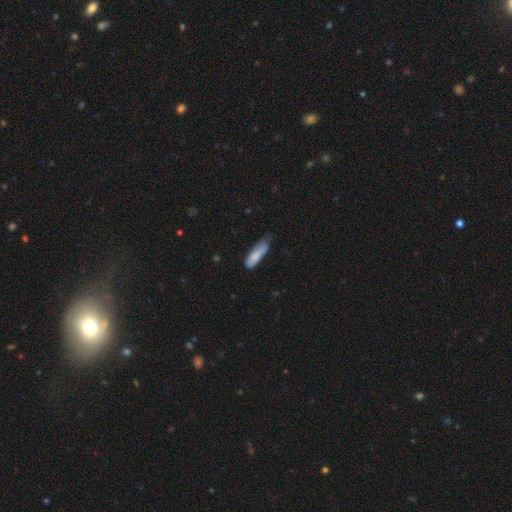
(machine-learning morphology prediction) The model was most divided on "merging": minor disturbance: 43%, none: 40%, major disturbance: 14%, merger: 3%. More confident: smooth or featured — smooth (81%); how rounded — cigar-shaped (60%).